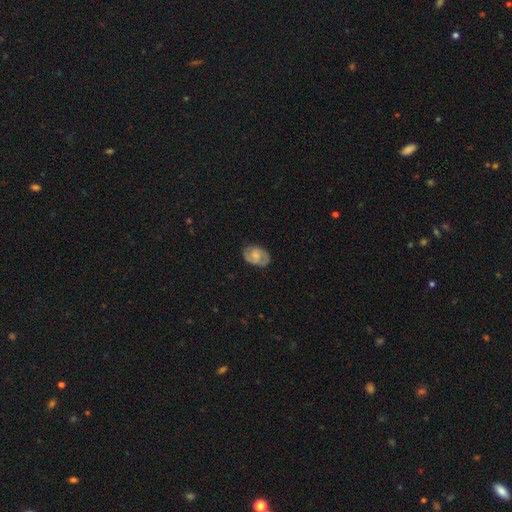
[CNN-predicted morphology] Smooth or featured?
  - featured or disk: 65% *
  - smooth: 28%
  - star or artifact: 7%
Edge-on disk?
  - no: 97% *
  - yes: 3%
Bar?
  - no: 50% *
  - weak: 42%
  - strong: 8%
Spiral arms?
  - yes: 90% *
  - no: 10%
Spiral winding?
  - medium: 44% *
  - tight: 43%
  - loose: 13%
Spiral arm count?
  - 2: 82% *
  - can't tell: 10%
  - 1: 3%
  - 3: 2%
  - 4: 1%
  - more than 4: 1%
Bulge size?
  - small: 36% *
  - moderate: 34%
  - none: 22%
  - large: 7%
  - dominant: 1%
Merging?
  - none: 78% *
  - minor disturbance: 16%
  - major disturbance: 5%
  - merger: 1%